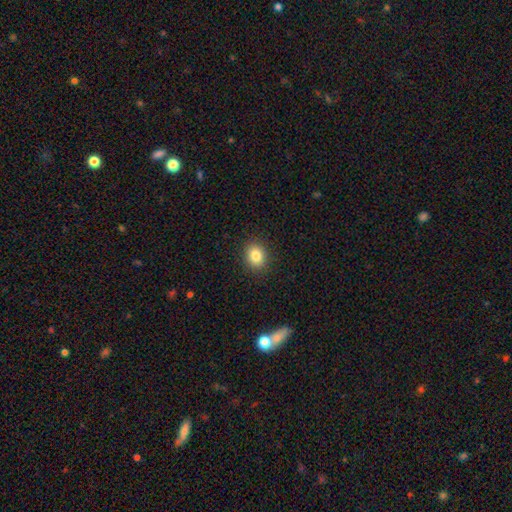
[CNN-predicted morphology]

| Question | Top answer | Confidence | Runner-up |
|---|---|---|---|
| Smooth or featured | smooth | 83% | star or artifact (10%) |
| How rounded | round | 62% | in between (37%) |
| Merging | none | 90% | minor disturbance (7%) |